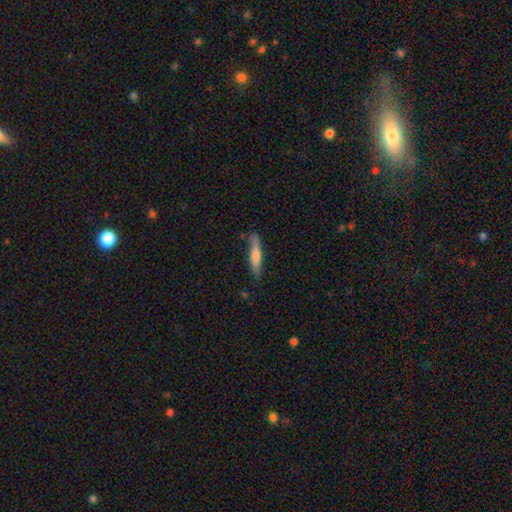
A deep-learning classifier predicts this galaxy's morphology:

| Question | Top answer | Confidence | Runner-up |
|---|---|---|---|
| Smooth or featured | smooth | 58% | featured or disk (36%) |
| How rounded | cigar-shaped | 88% | in between (11%) |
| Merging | none | 80% | minor disturbance (15%) |